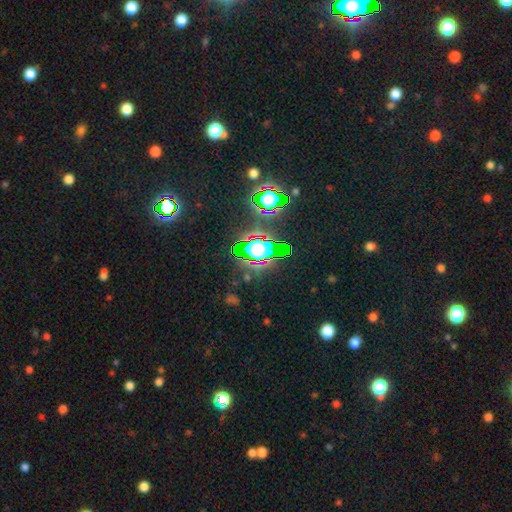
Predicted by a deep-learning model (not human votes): Smooth or featured: star or artifact — 81% (smooth — 11%)